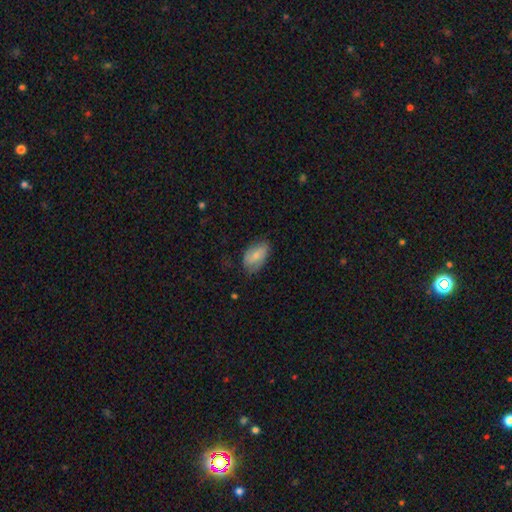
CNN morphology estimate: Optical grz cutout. It shows a smooth galaxy with no disk features (64%) that is in between round and cigar-shaped (92%). Merging: none (68%).